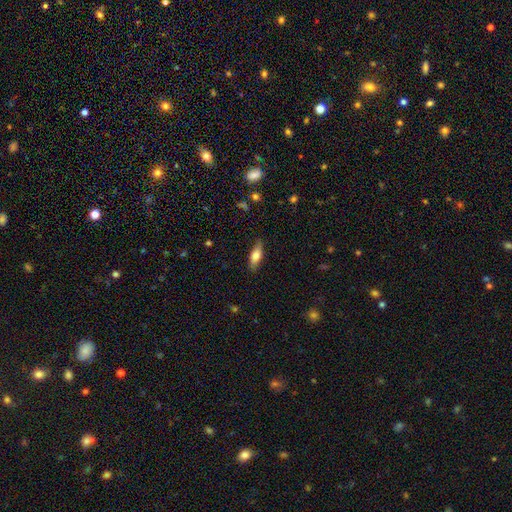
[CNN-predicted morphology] This appears to be a smooth galaxy with no disk features (71%) that is in between round and cigar-shaped (63%). Merging: none (83%).